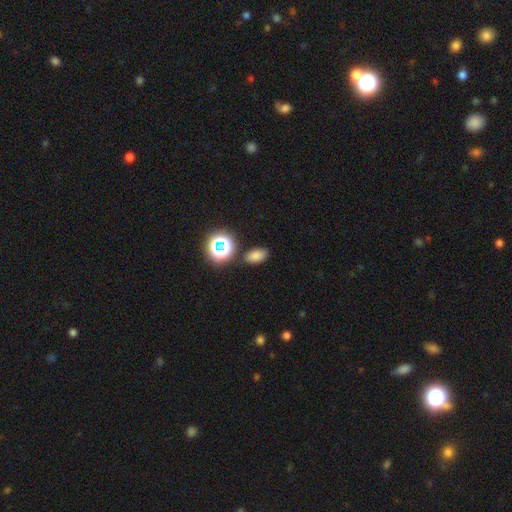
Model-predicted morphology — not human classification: This appears to be a smooth galaxy with no disk features (75%) that is in between round and cigar-shaped (85%). Merging: none (84%).